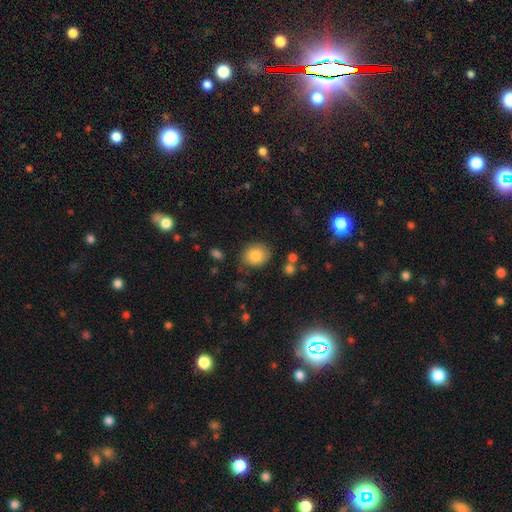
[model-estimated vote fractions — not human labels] Smooth or featured? Predicted: smooth (p=0.85). How rounded? Predicted: round (p=0.61). Merging? Predicted: none (p=0.77).